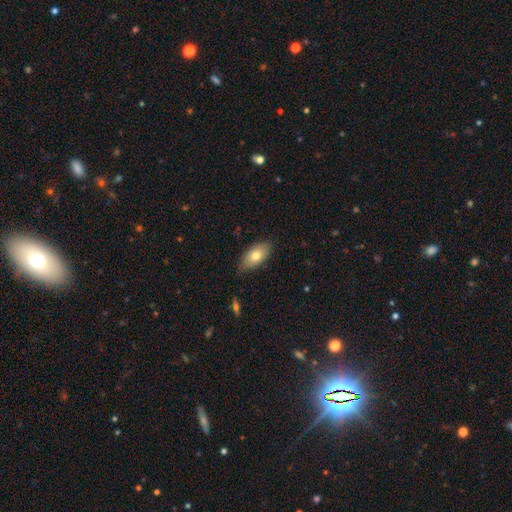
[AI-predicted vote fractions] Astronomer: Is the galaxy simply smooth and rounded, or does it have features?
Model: smooth — 75%.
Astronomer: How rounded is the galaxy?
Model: in between — 90%.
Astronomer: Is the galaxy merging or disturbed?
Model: none — 78%.